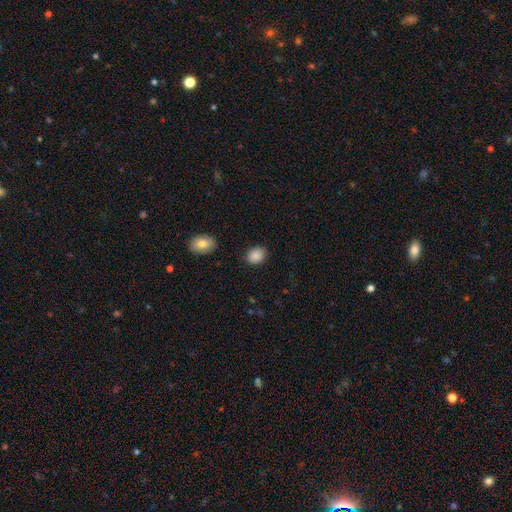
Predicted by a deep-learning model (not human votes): Smooth or featured?
  - smooth: 87% *
  - star or artifact: 8%
  - featured or disk: 4%
How rounded?
  - in between: 51% *
  - round: 48%
  - cigar-shaped: 1%
Merging?
  - none: 83% *
  - minor disturbance: 12%
  - major disturbance: 3%
  - merger: 2%